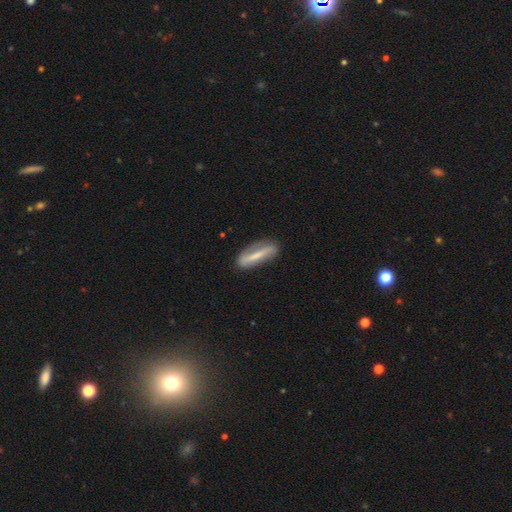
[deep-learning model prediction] smooth_or_featured: smooth (p=0.47) [alt: featured or disk p=0.46]
merging: none (p=0.79) [alt: minor disturbance p=0.14]